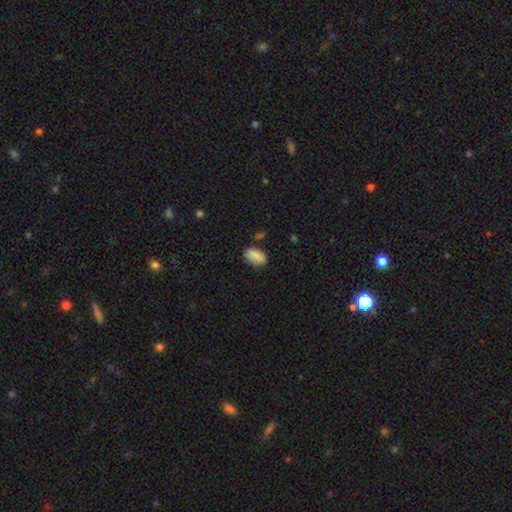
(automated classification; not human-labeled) Q: Smooth or featured?
A: smooth (84%); runner-up: featured or disk (9%)
Q: How rounded?
A: in between (91%); runner-up: round (6%)
Q: Merging?
A: none (73%); runner-up: minor disturbance (20%)